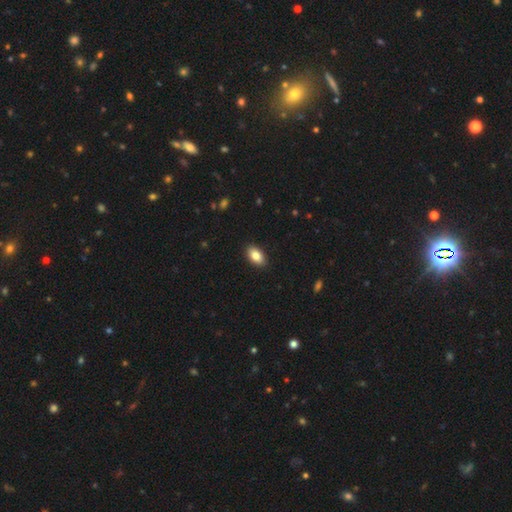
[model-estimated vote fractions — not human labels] Smooth or featured: smooth — 85% (featured or disk — 8%)
How rounded: in between — 92% (round — 5%)
Merging: none — 90% (minor disturbance — 7%)